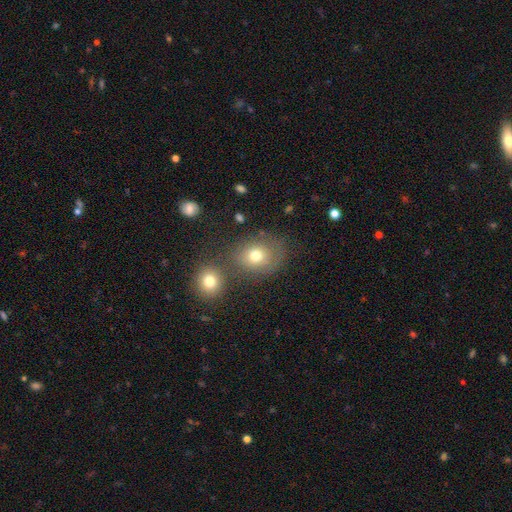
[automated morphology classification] smooth 73%, star or artifact 14%, featured or disk 14%. Down the decision tree: how rounded — round (62%); merging — none (60%).